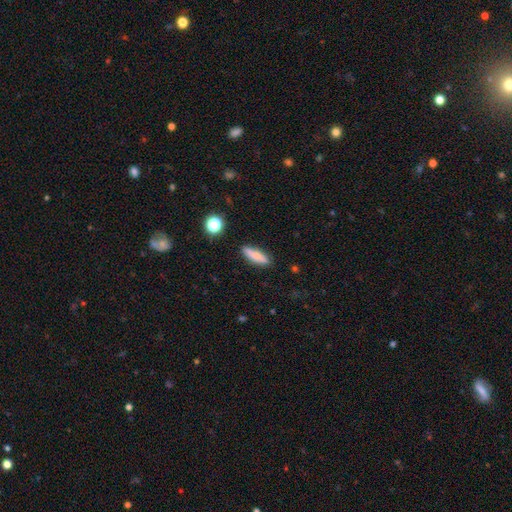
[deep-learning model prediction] smooth 73%, featured or disk 19%, star or artifact 8%. Down the decision tree: how rounded — cigar-shaped (57%); merging — none (83%).